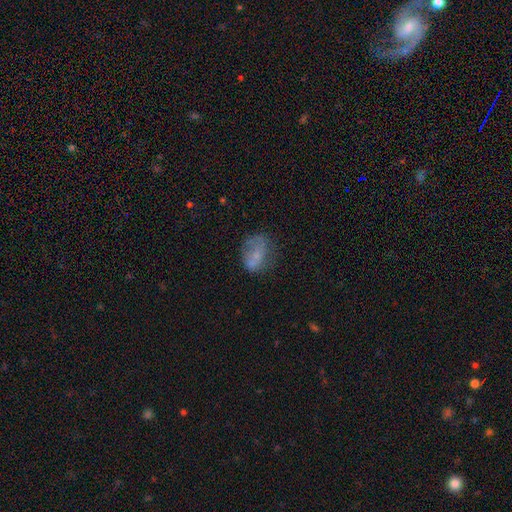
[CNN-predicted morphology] This is possibly a smooth galaxy (55%). How rounded: likely in between (75%). Merging: marginally none (44%).